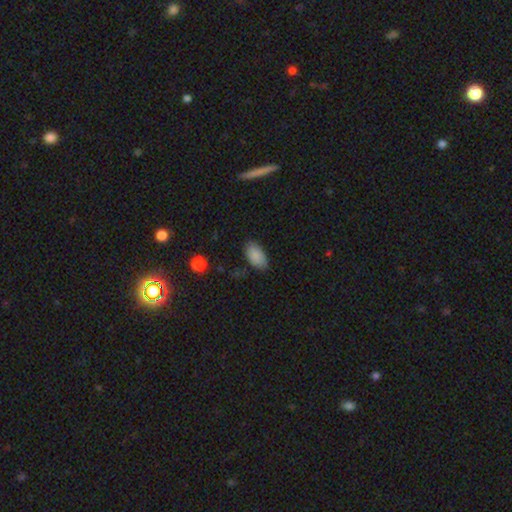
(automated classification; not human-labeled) A smooth galaxy with no disk features (87%) that is in between round and cigar-shaped (94%). Merging: none (79%).